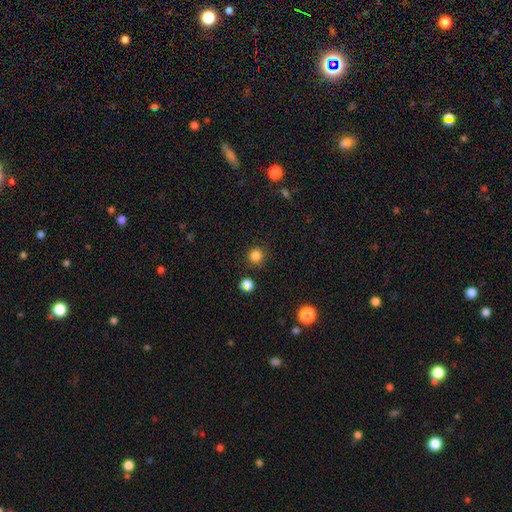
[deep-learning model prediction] Smooth or featured? Predicted: smooth (p=0.81). How rounded? Predicted: round (p=0.94). Merging? Predicted: none (p=0.88).